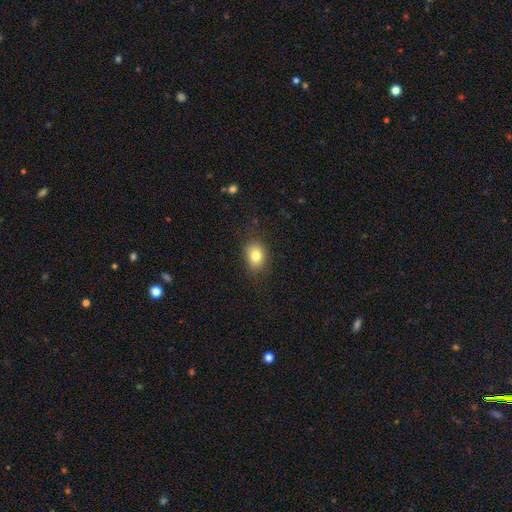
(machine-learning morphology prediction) smooth-or-featured: smooth: 81% | star or artifact: 10% | featured or disk: 9%
  how-rounded: in between: 60% | round: 39% | cigar-shaped: 1%
  merging: none: 81% | minor disturbance: 14% | major disturbance: 4% | merger: 1%